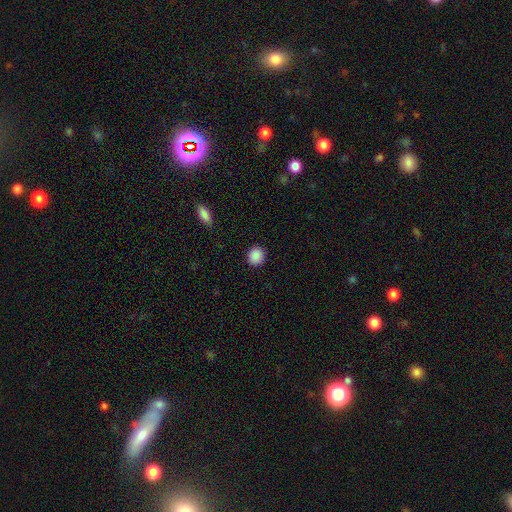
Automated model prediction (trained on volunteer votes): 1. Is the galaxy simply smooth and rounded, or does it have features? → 89% smooth, 8% star or artifact, 2% featured or disk.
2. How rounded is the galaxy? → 86% round, 13% in between, 1% cigar-shaped.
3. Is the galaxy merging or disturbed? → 91% none, 6% minor disturbance, 2% major disturbance, 1% merger.